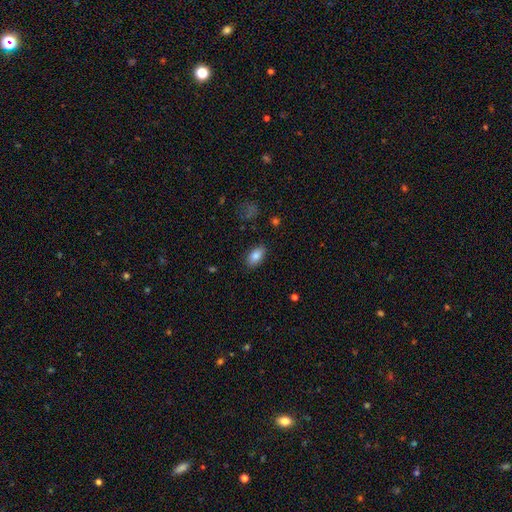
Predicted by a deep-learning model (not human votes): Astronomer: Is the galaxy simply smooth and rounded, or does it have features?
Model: smooth — 85%.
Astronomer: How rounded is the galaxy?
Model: in between — 92%.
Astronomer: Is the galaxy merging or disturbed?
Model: none — 86%.